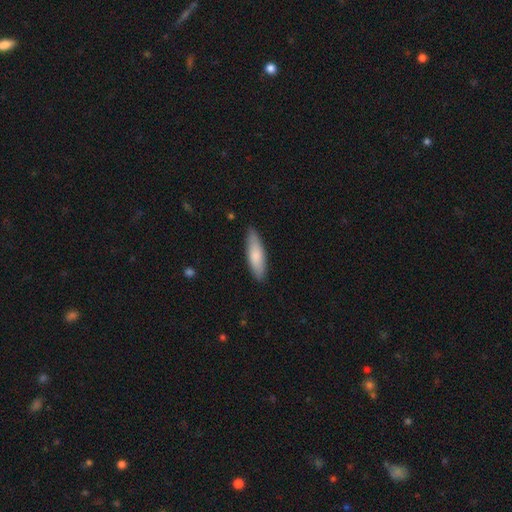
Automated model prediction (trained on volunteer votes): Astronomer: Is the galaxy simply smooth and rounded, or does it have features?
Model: smooth — 81%.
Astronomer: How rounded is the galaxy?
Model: cigar-shaped — 56% (runner-up: in between, 42%).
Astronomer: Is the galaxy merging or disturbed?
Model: none — 86%.